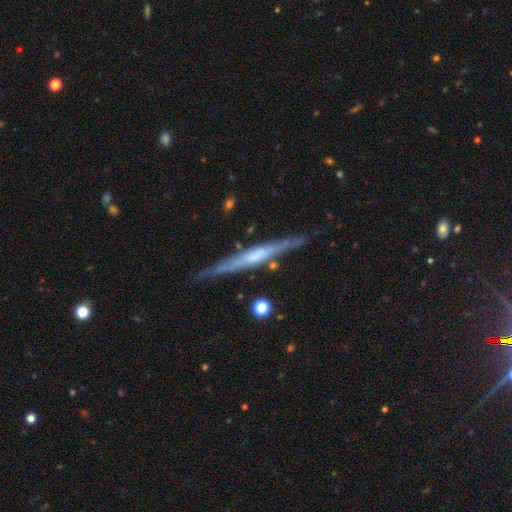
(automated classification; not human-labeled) Overall: featured or disk (71%). Edge-on disk: yes (96%). Edge-on bulge: none (51%; rounded 33%). Merging: none (83%).